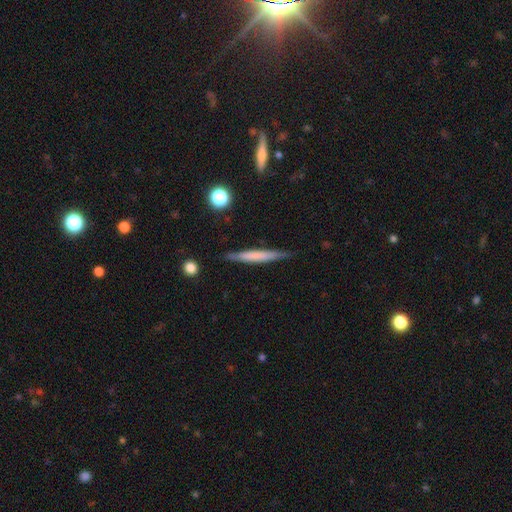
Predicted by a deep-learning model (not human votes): A smooth galaxy with no disk features (56%) that is cigar-shaped (95%). Merging: none (84%).